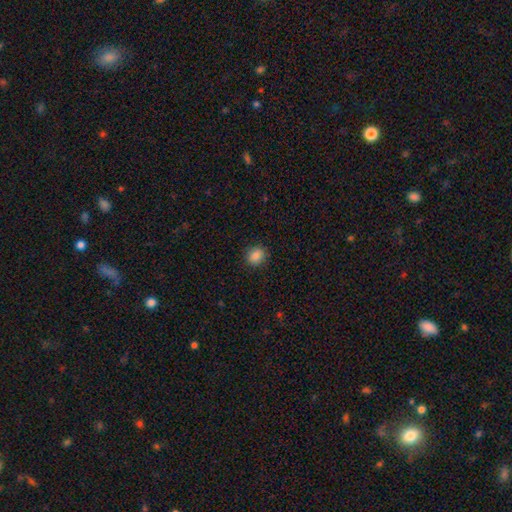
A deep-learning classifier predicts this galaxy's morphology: This appears to be a smooth galaxy with no disk features (86%) that is round (72%). Merging: none (90%).